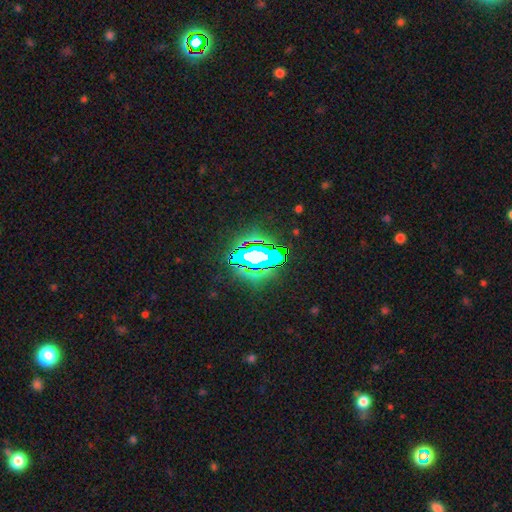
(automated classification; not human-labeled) smooth_or_featured: star or artifact (p=0.67) [alt: smooth p=0.19]